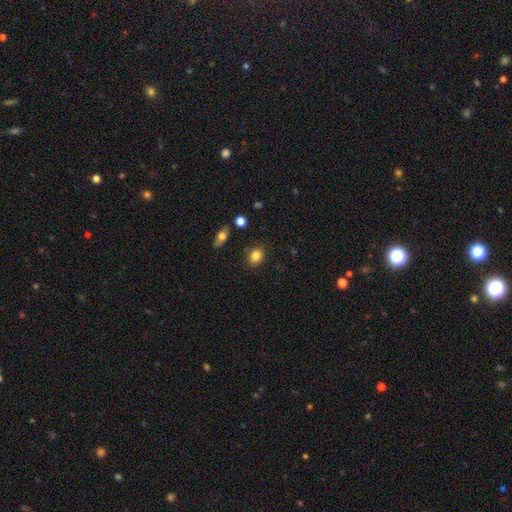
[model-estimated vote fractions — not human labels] smooth 84%, star or artifact 9%, featured or disk 7%. Down the decision tree: how rounded — round (50%); merging — none (84%).